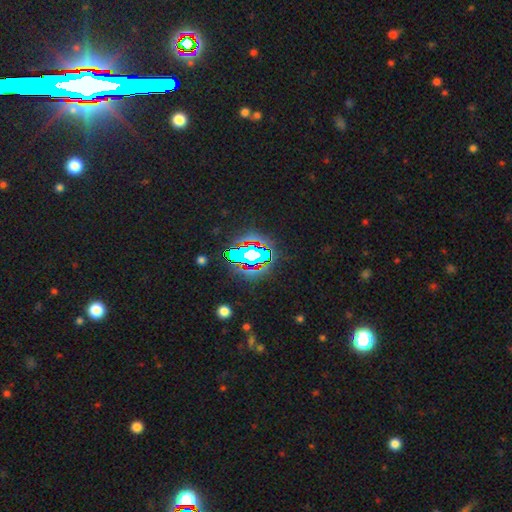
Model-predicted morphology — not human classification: Smooth or featured: star or artifact — 80% (smooth — 11%)